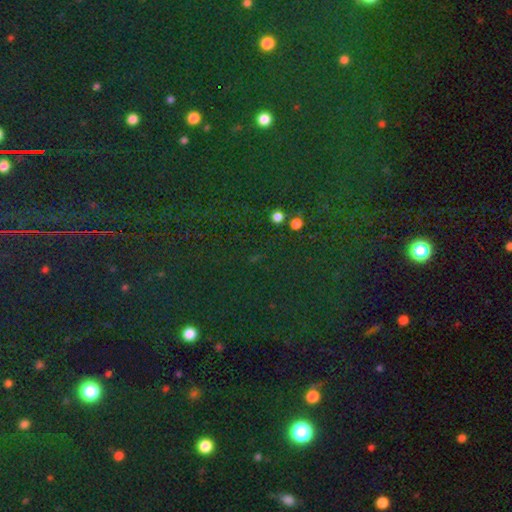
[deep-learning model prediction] Smooth or featured: star or artifact — 77% (smooth — 15%)